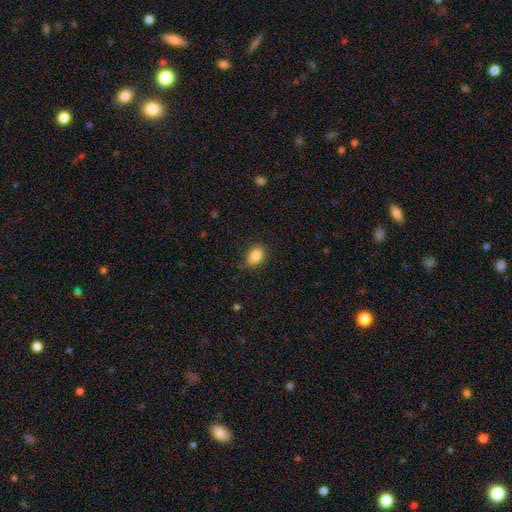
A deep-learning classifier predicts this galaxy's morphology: This appears to be a smooth galaxy with no disk features (84%) that is in between round and cigar-shaped (73%). Merging: none (71%).